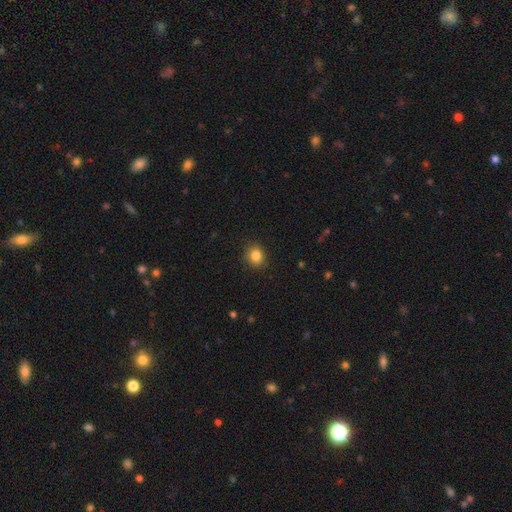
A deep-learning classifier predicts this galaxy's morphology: This appears to be a smooth galaxy with no disk features (85%) that is round (68%). Merging: none (88%).